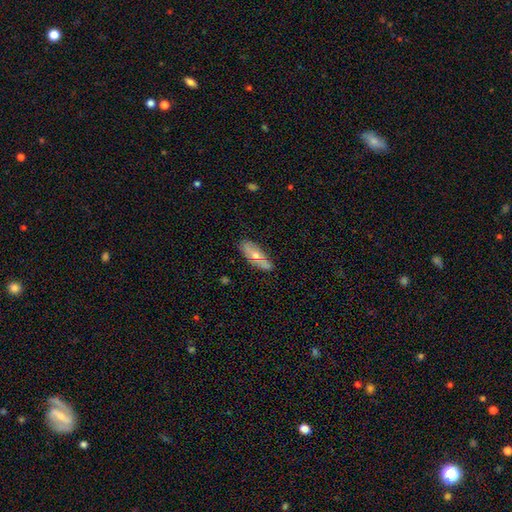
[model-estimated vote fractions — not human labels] smooth 48%, featured or disk 44%, star or artifact 8%. Down the decision tree: merging — none (79%).